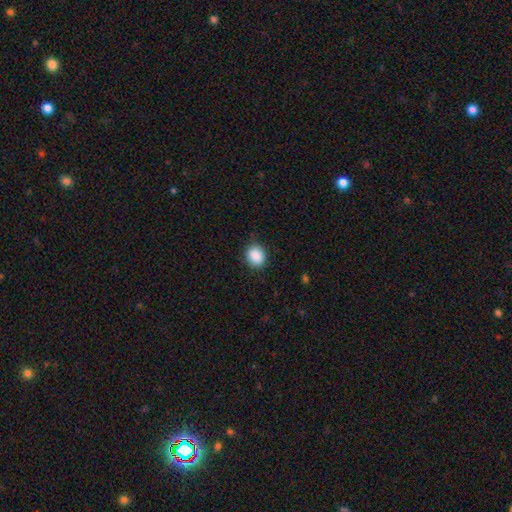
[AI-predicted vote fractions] Smooth or featured?
  - smooth: 89% *
  - star or artifact: 8%
  - featured or disk: 3%
How rounded?
  - round: 63% *
  - in between: 36%
  - cigar-shaped: 1%
Merging?
  - none: 86% *
  - minor disturbance: 10%
  - major disturbance: 3%
  - merger: 1%